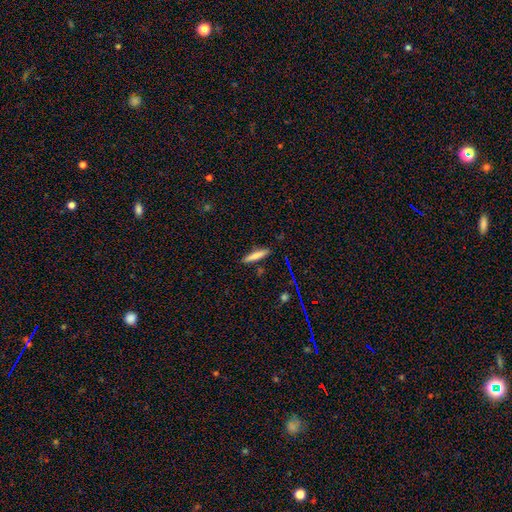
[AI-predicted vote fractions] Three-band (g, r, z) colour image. It shows a smooth galaxy with no disk features (75%) that is cigar-shaped (88%). Merging: none (87%).